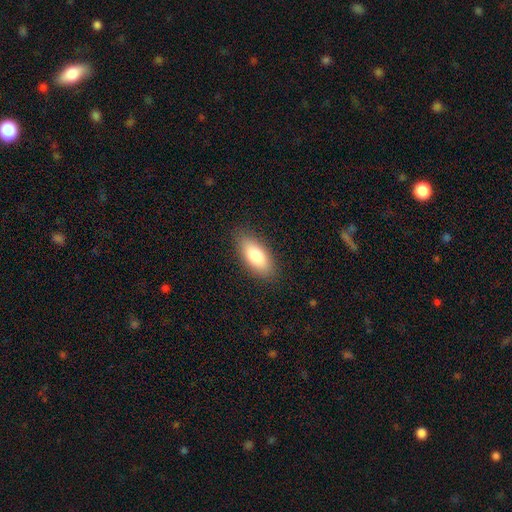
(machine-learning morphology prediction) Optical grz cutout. It shows a smooth galaxy with no disk features (83%) that is in between round and cigar-shaped (85%). Merging: none (86%).